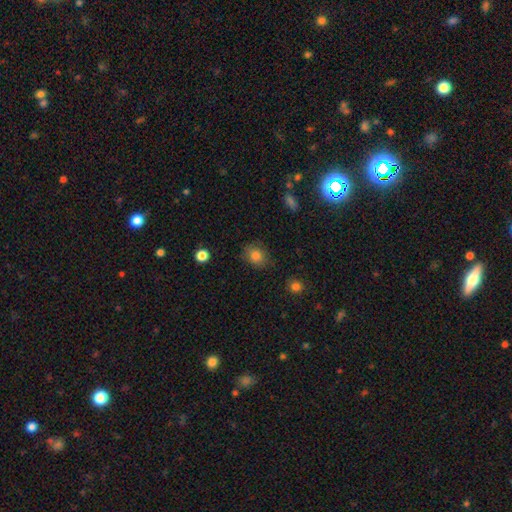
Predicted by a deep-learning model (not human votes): Smooth or featured? smooth (82%)
How rounded? round (59%)
Merging? none (77%)